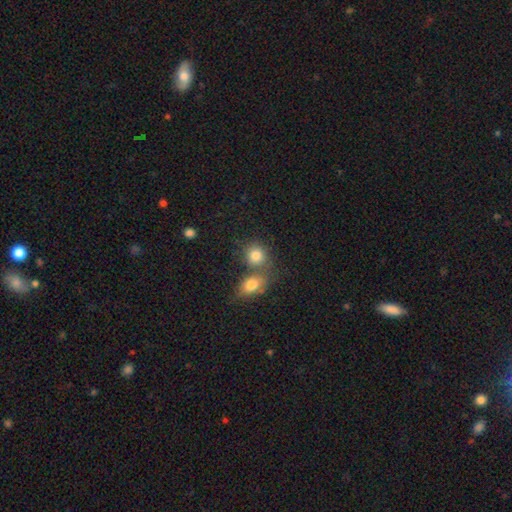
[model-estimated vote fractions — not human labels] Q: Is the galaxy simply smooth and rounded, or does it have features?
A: smooth — 82%.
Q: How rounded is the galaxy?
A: round — 72%.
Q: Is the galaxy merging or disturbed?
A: none — 47%.